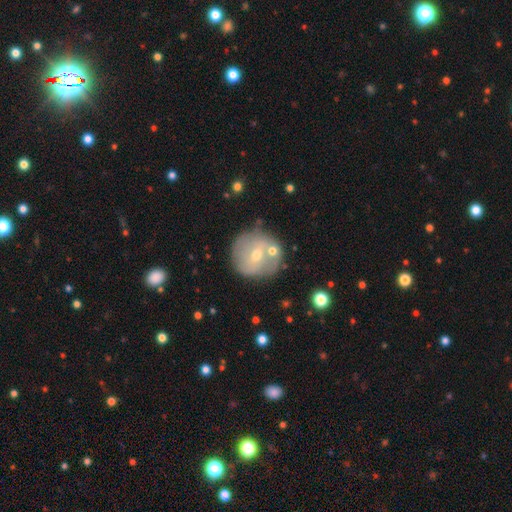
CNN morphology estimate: A featured or disk galaxy (46%).

Vote fractions:
- Smooth or featured? featured or disk: 46% / smooth: 44% / star or artifact: 10%
- Merging? none: 72% / merger: 12% / minor disturbance: 12% / major disturbance: 4%